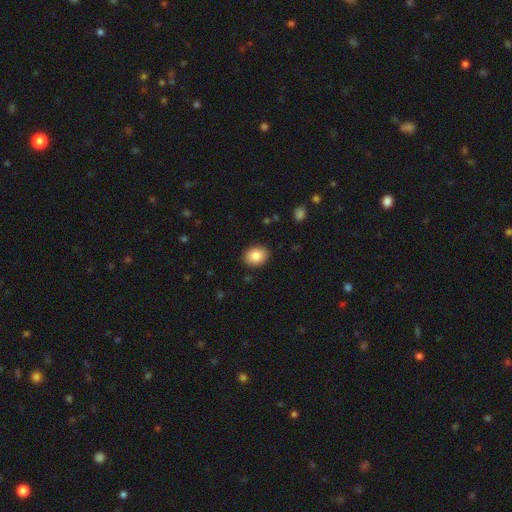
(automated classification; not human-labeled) smooth_or_featured: smooth (p=0.85) [alt: star or artifact p=0.08]
how_rounded: in between (p=0.57) [alt: round p=0.42]
merging: none (p=0.90) [alt: minor disturbance p=0.07]